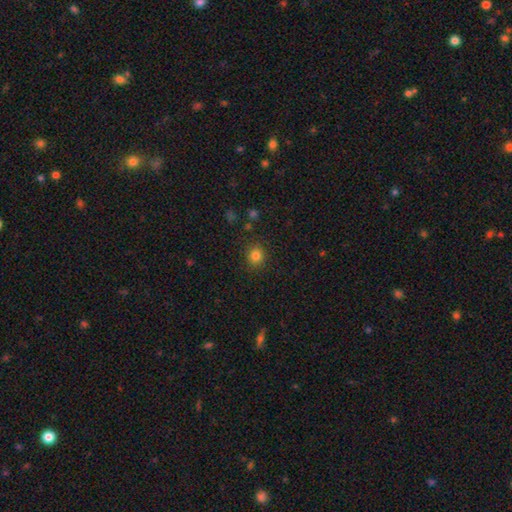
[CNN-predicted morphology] This appears to be a smooth galaxy with no disk features (81%) that is round (85%). Merging: none (87%).